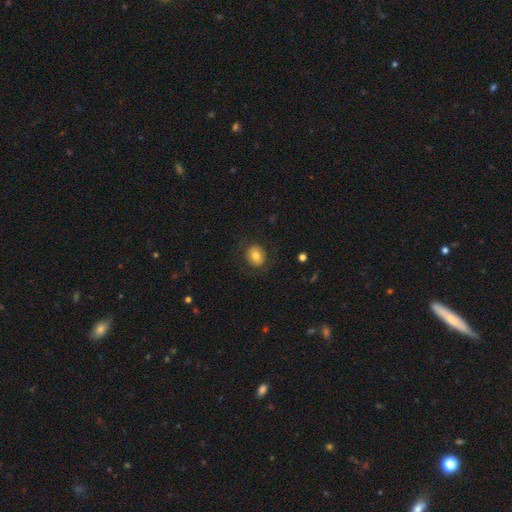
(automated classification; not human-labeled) A smooth galaxy with no disk features (76%) that is round (64%).

Vote fractions:
- Smooth or featured? smooth: 76% / featured or disk: 15% / star or artifact: 9%
- How rounded? round: 64% / in between: 35% / cigar-shaped: 1%
- Merging? none: 81% / minor disturbance: 11% / major disturbance: 7% / merger: 1%